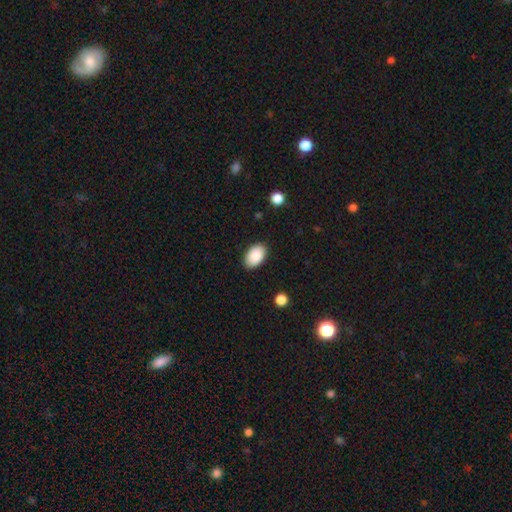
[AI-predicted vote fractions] Smooth or featured? Predicted: smooth (p=0.87). How rounded? Predicted: in between (p=0.92). Merging? Predicted: none (p=0.88).